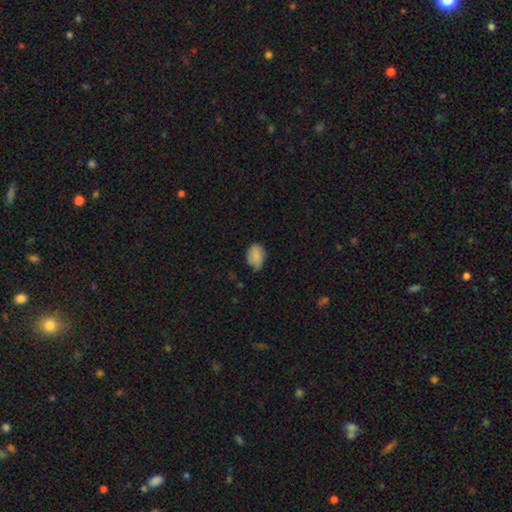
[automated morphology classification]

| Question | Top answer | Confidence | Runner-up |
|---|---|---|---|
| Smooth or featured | smooth | 86% | star or artifact (7%) |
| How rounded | in between | 76% | round (23%) |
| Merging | none | 64% | minor disturbance (30%) |